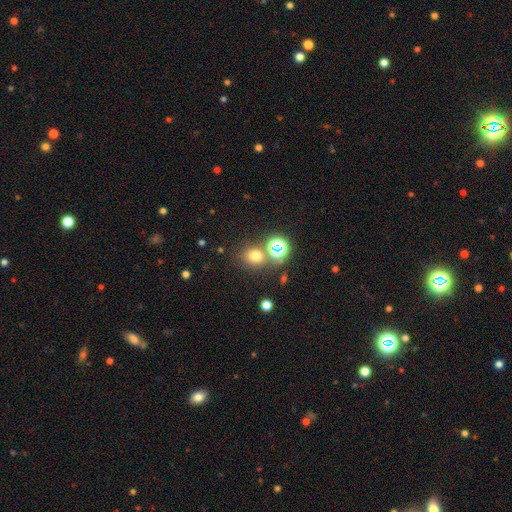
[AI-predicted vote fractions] Overall: smooth (65%; star or artifact 27%). How rounded: round (78%). Merging: none (71%).